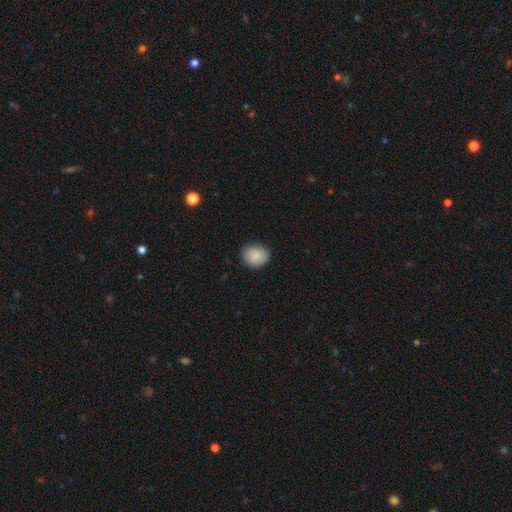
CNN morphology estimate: smooth_or_featured: smooth (p=0.87) [alt: star or artifact p=0.07]
how_rounded: round (p=0.67) [alt: in between p=0.32]
merging: none (p=0.86) [alt: minor disturbance p=0.11]